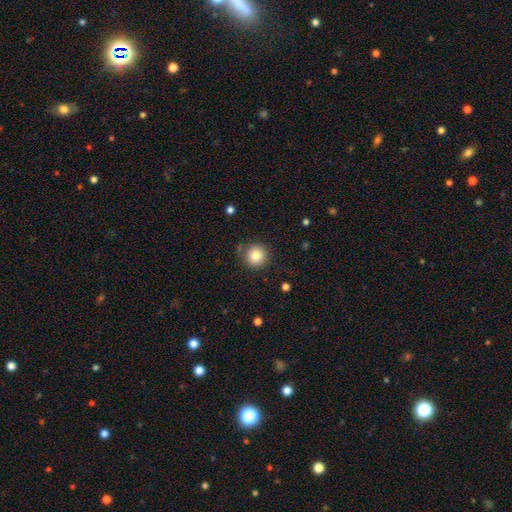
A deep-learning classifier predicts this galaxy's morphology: The model was most divided on "smooth or featured": smooth: 82%, star or artifact: 11%, featured or disk: 7%. More confident: how rounded — round (95%); merging — none (85%).